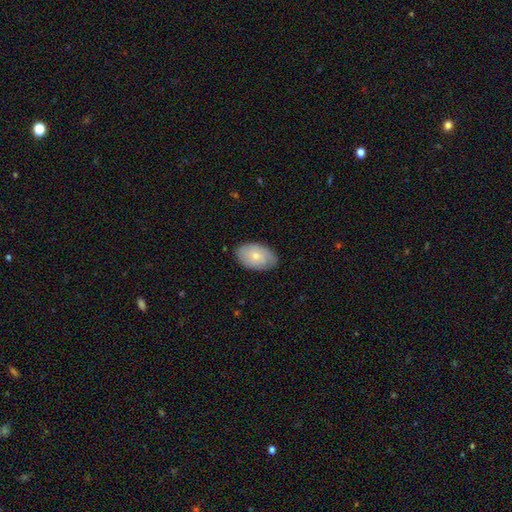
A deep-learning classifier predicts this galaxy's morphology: A smooth galaxy with no disk features (65%) that is in between round and cigar-shaped (90%).

Vote fractions:
- Smooth or featured? smooth: 65% / featured or disk: 29% / star or artifact: 6%
- How rounded? in between: 90% / round: 9% / cigar-shaped: 1%
- Merging? none: 81% / minor disturbance: 15% / major disturbance: 3% / merger: 1%